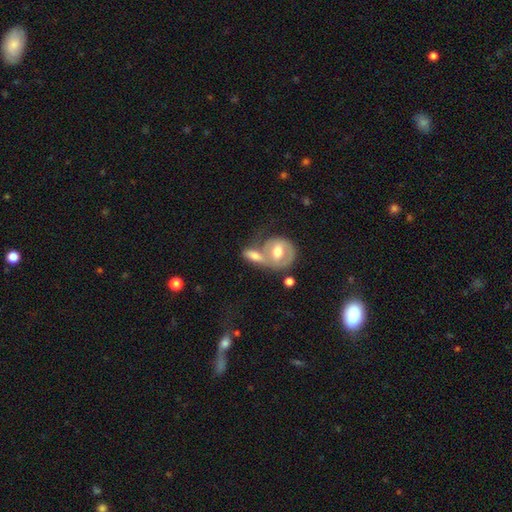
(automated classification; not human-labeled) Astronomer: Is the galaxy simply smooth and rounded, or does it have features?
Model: featured or disk — 55%.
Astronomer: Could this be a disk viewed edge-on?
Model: no — 94%.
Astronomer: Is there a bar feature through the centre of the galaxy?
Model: no — 75%.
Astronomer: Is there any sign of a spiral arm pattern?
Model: yes — 57% (runner-up: no, 43%).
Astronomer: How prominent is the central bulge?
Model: moderate — 65%.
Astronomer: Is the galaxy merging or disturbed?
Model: merger — 45% (runner-up: none, 36%).